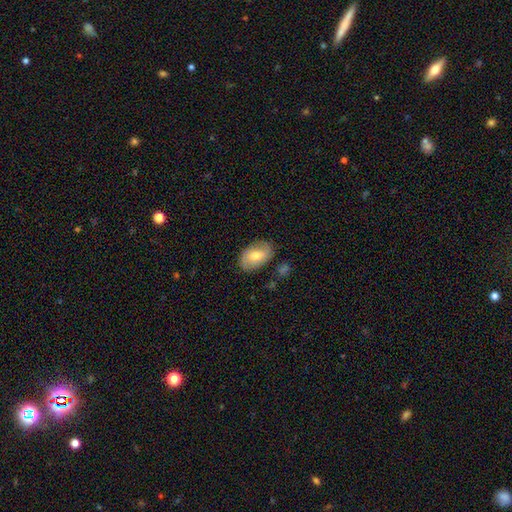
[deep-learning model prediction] A smooth galaxy with no disk features (58%) that is in between round and cigar-shaped (89%).

Vote fractions:
- Smooth or featured? smooth: 58% / featured or disk: 35% / star or artifact: 7%
- How rounded? in between: 89% / round: 10% / cigar-shaped: 2%
- Merging? none: 79% / minor disturbance: 15% / major disturbance: 4% / merger: 2%